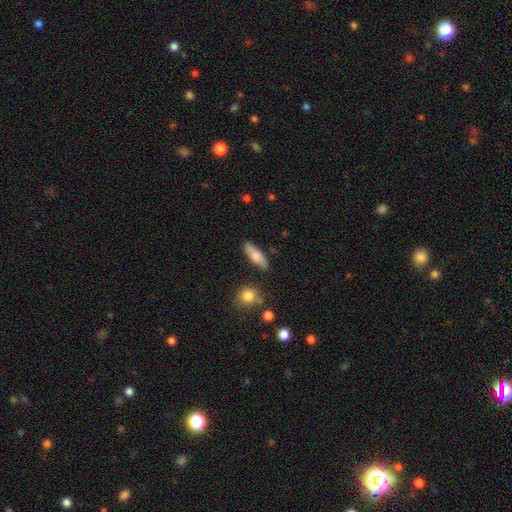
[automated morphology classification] Q: Smooth or featured?
A: smooth (71%); runner-up: featured or disk (23%)
Q: How rounded?
A: in between (56%); runner-up: cigar-shaped (41%)
Q: Merging?
A: none (78%); runner-up: minor disturbance (14%)